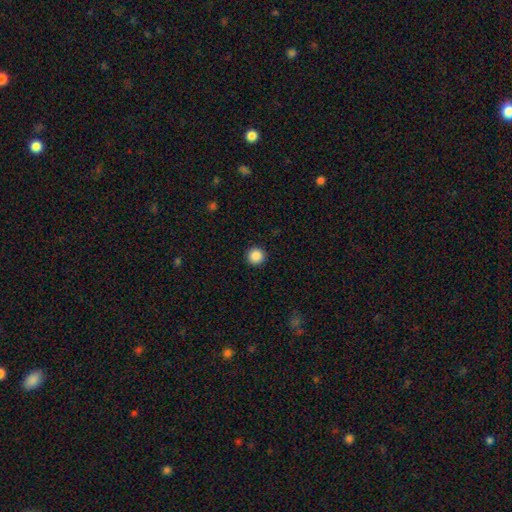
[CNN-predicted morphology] Smooth or featured?
  - smooth: 88% *
  - star or artifact: 9%
  - featured or disk: 3%
How rounded?
  - round: 96% *
  - in between: 3%
  - cigar-shaped: 1%
Merging?
  - none: 93% *
  - minor disturbance: 4%
  - major disturbance: 2%
  - merger: 1%